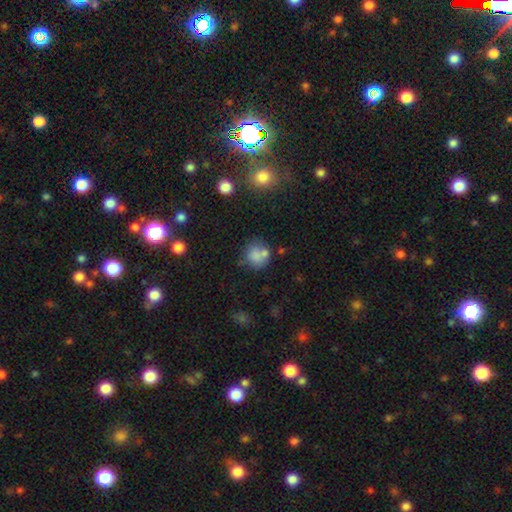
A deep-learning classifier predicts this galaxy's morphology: Smooth or featured: smooth — 75% (featured or disk — 13%)
How rounded: round — 83% (in between — 16%)
Merging: none — 54% (merger — 23%)